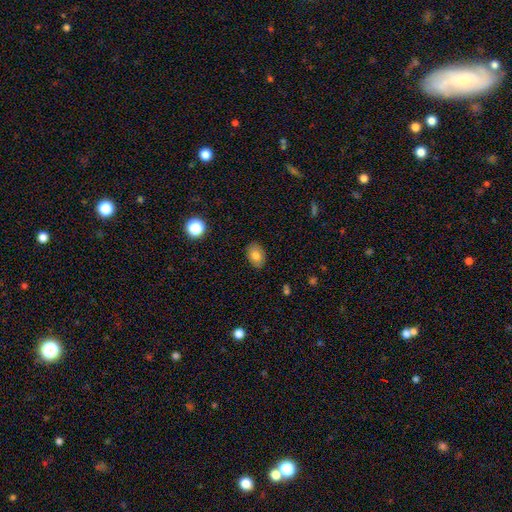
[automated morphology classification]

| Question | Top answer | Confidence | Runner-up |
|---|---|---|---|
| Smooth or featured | smooth | 78% | featured or disk (13%) |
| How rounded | in between | 80% | round (19%) |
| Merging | none | 86% | minor disturbance (11%) |